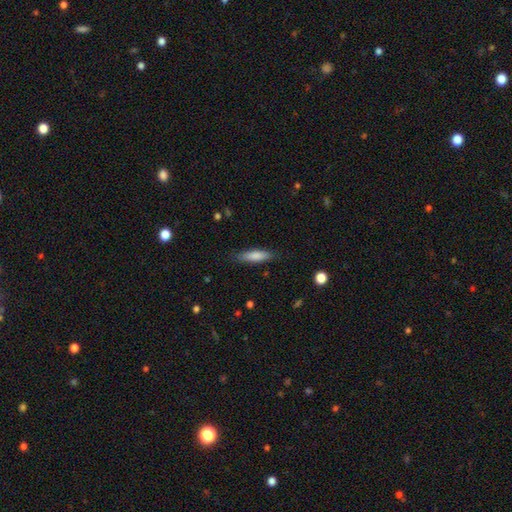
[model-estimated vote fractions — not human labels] Smooth or featured?
  - smooth: 80% *
  - featured or disk: 14%
  - star or artifact: 6%
How rounded?
  - cigar-shaped: 68% *
  - in between: 31%
  - round: 2%
Merging?
  - none: 83% *
  - minor disturbance: 13%
  - major disturbance: 3%
  - merger: 1%